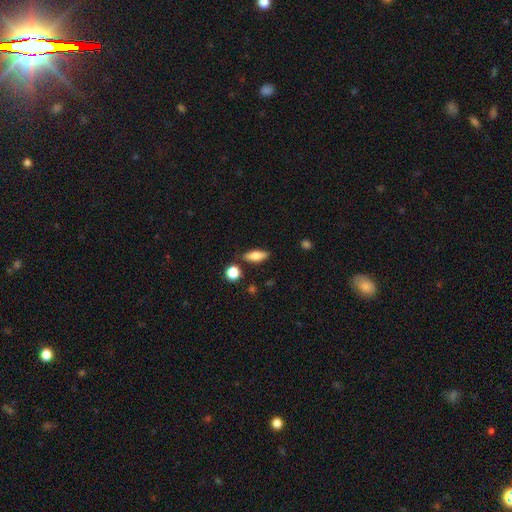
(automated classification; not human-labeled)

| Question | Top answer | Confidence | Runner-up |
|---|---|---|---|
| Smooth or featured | smooth | 72% | featured or disk (20%) |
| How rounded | in between | 67% | cigar-shaped (28%) |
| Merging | none | 82% | minor disturbance (11%) |